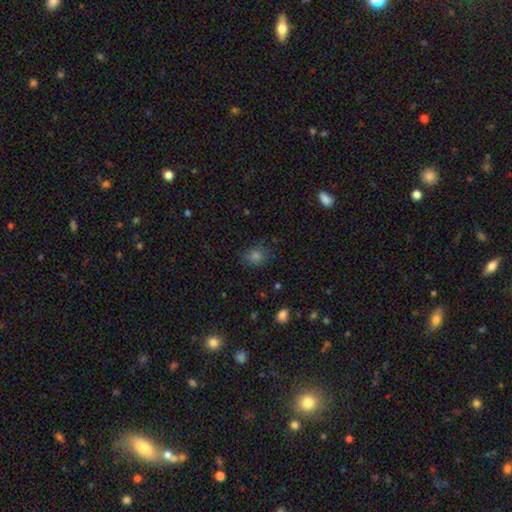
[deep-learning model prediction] Morphology: type=smooth (70%); roundness=round (64%); merging=none (81%).